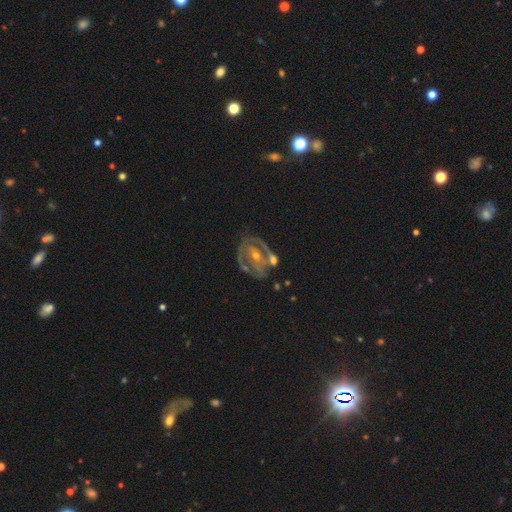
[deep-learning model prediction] Morphology: type=featured or disk (82%); edge-on=no (96%); bar=no (40%); spiral arms=yes (75%); winding=tight (54%); arm count=2 (57%); bulge=small (52%); merging=none (60%).